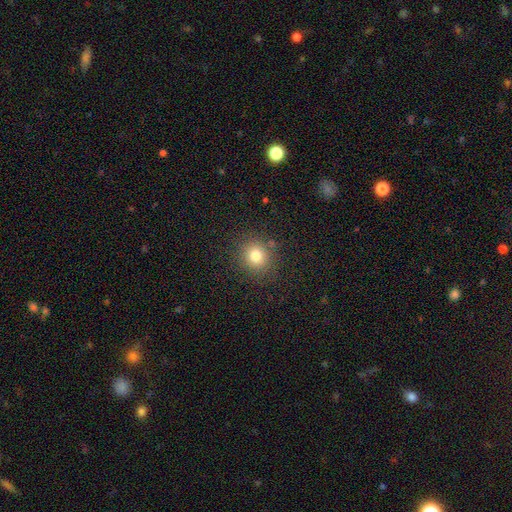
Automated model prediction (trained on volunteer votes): A smooth galaxy with no disk features (78%) that is round (86%). Merging: none (86%).